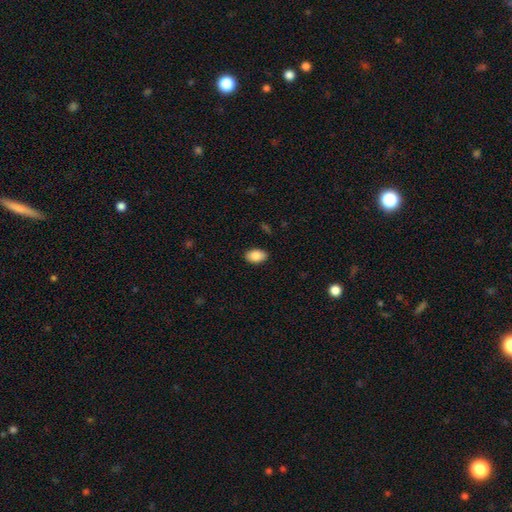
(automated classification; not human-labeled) This is clearly a smooth galaxy (87%). How rounded: clearly in between (90%). Merging: clearly none (88%).